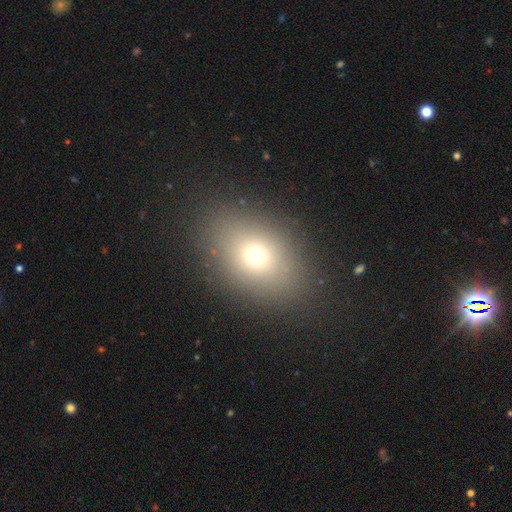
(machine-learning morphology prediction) Overall: smooth (70%). How rounded: in between (72%). Merging: none (86%).